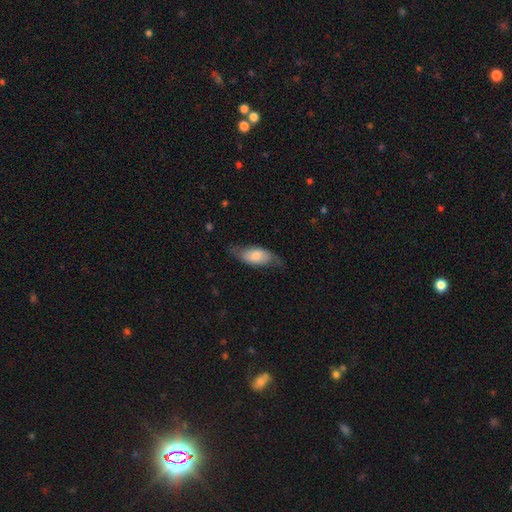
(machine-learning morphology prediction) type=smooth (62%); roundness=in between (83%); merging=none (62%).